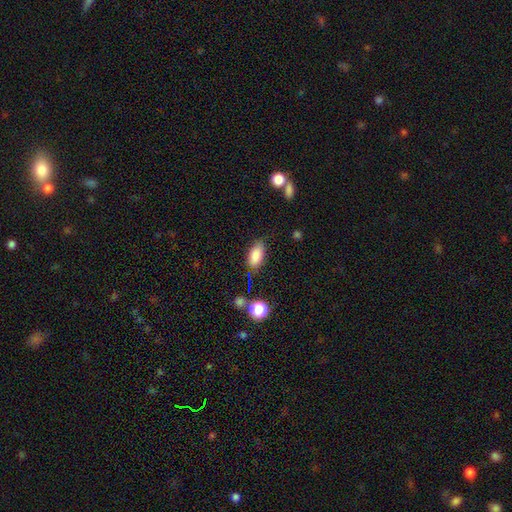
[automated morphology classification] smooth-or-featured: smooth: 85% | star or artifact: 9% | featured or disk: 6%
  how-rounded: in between: 87% | cigar-shaped: 8% | round: 4%
  merging: none: 78% | minor disturbance: 15% | major disturbance: 4% | merger: 3%